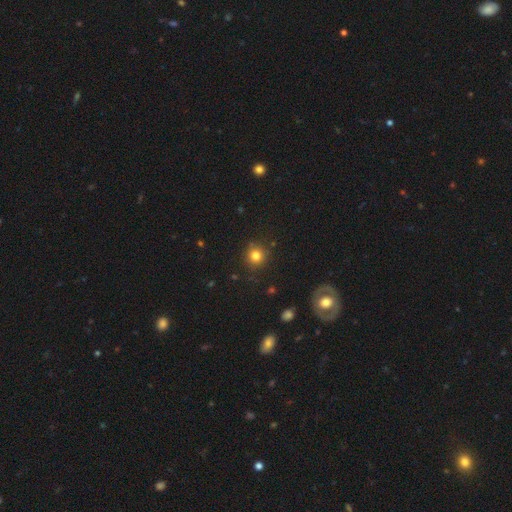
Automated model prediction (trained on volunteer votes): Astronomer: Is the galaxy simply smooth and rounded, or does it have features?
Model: smooth — 81%.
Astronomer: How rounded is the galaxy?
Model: round — 92%.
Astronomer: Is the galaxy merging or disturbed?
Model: none — 87%.